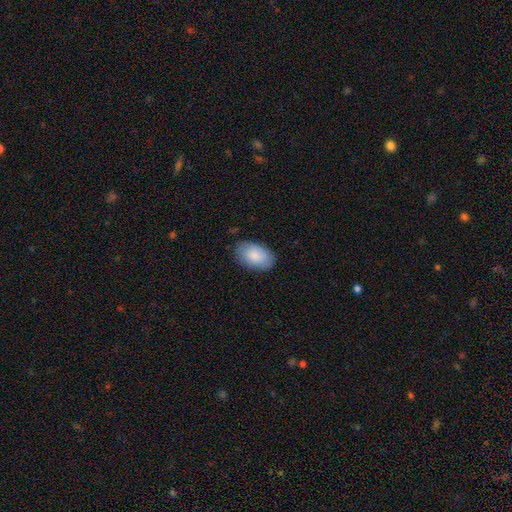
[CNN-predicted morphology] A smooth galaxy with no disk features (85%) that is in between round and cigar-shaped (94%).

Vote fractions:
- Smooth or featured? smooth: 85% / featured or disk: 9% / star or artifact: 6%
- How rounded? in between: 94% / round: 5% / cigar-shaped: 1%
- Merging? none: 82% / minor disturbance: 14% / major disturbance: 3% / merger: 1%